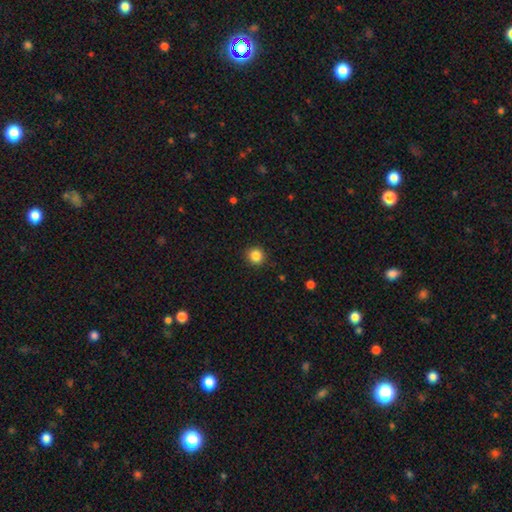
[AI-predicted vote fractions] This is clearly a smooth galaxy (86%). How rounded: clearly round (93%). Merging: clearly none (91%).